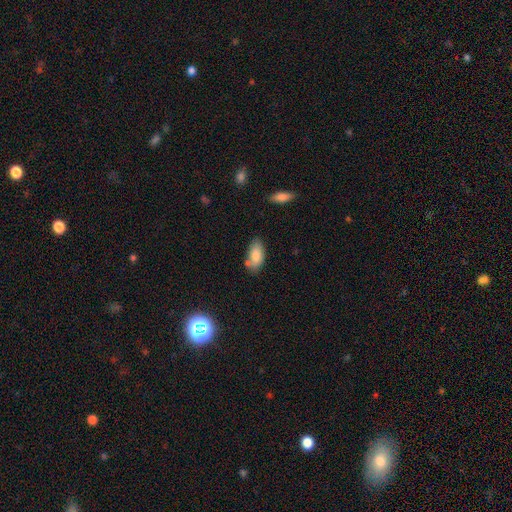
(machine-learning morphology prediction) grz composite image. It shows a smooth galaxy with no disk features (80%) that is in between round and cigar-shaped (92%). Merging: none (63%).